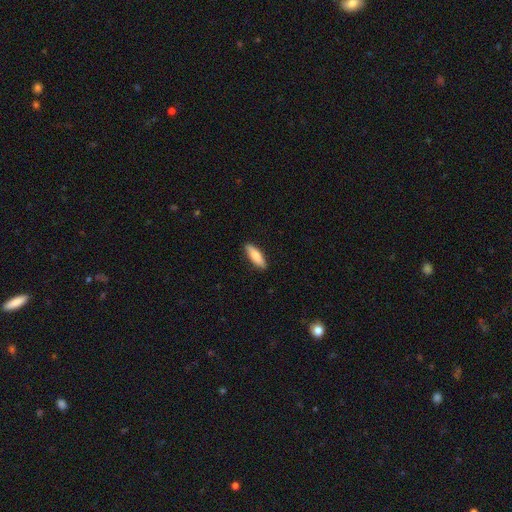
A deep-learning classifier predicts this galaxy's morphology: Smooth or featured: smooth — 79% (featured or disk — 16%)
How rounded: in between — 49% (tied with cigar-shaped — 49%)
Merging: none — 88% (minor disturbance — 9%)